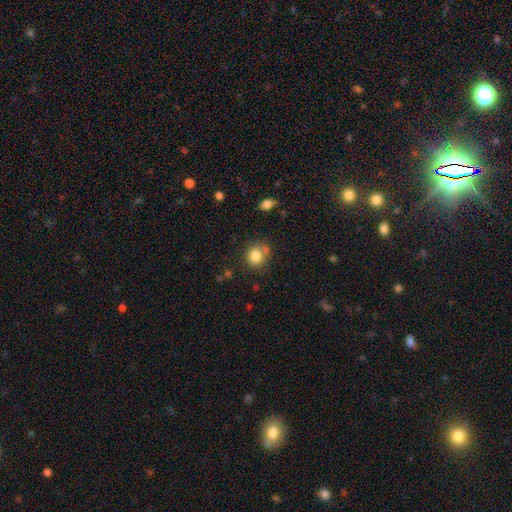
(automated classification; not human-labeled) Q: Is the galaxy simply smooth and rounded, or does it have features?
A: smooth — 82%.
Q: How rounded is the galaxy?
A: round — 79%.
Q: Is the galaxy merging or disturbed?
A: none — 67%.